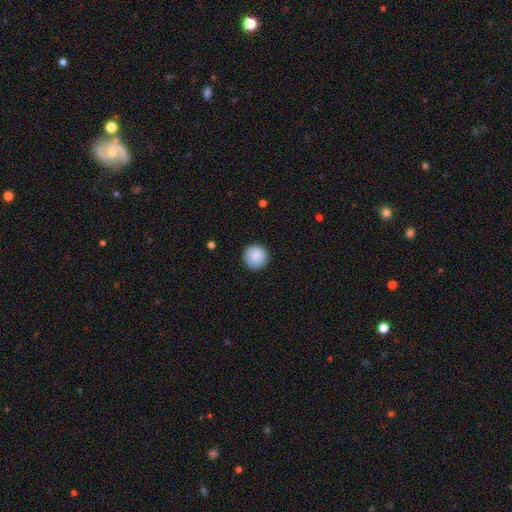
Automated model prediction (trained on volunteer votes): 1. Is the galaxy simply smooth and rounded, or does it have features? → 88% smooth, 7% star or artifact, 5% featured or disk.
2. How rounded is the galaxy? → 96% round, 3% in between, 1% cigar-shaped.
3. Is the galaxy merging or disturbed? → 91% none, 7% minor disturbance, 2% major disturbance, 1% merger.